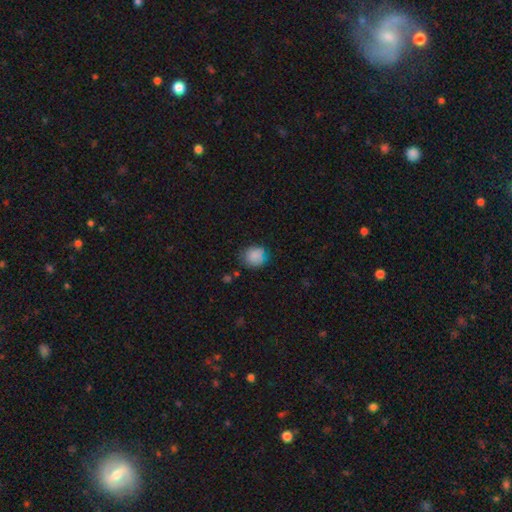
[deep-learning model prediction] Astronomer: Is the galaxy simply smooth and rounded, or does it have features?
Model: smooth — 84%.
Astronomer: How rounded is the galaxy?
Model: round — 77%.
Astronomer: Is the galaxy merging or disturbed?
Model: none — 71%.